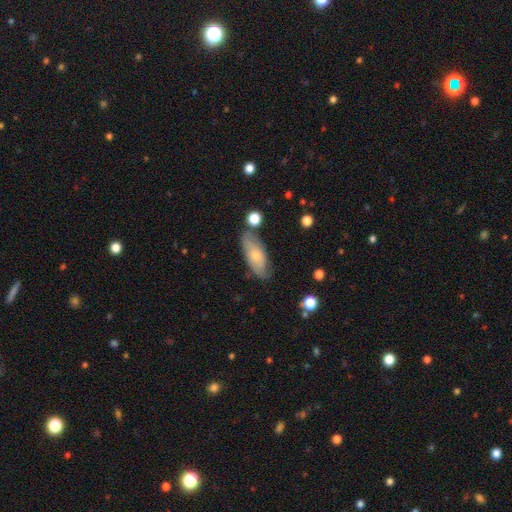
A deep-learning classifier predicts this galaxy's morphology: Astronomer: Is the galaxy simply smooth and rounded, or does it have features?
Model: smooth — 64%.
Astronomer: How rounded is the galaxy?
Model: in between — 79%.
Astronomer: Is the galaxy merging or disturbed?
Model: none — 68%.